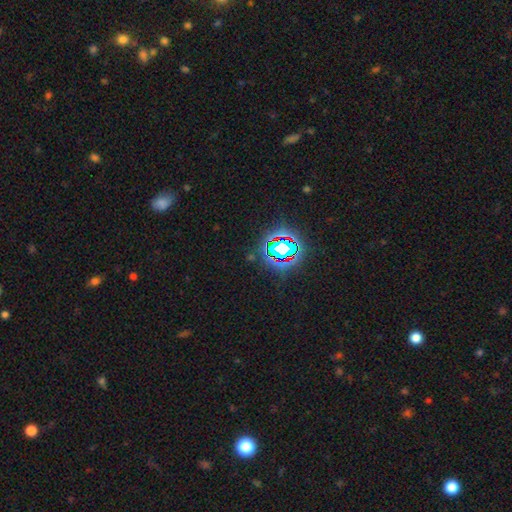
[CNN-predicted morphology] smooth-or-featured: star or artifact: 76% | smooth: 14% | featured or disk: 9%